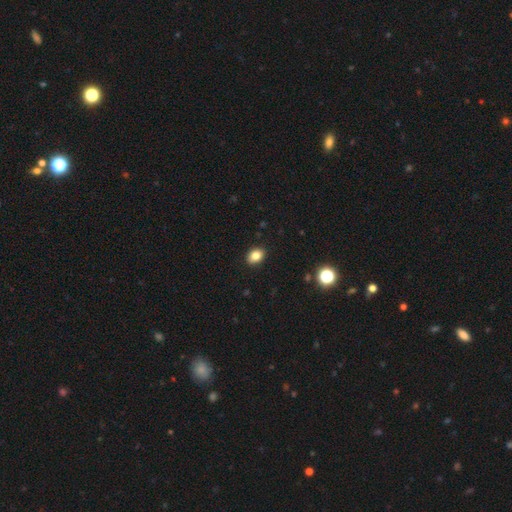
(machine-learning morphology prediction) Smooth or featured? Predicted: smooth (p=0.84). How rounded? Predicted: in between (p=0.69). Merging? Predicted: none (p=0.89).